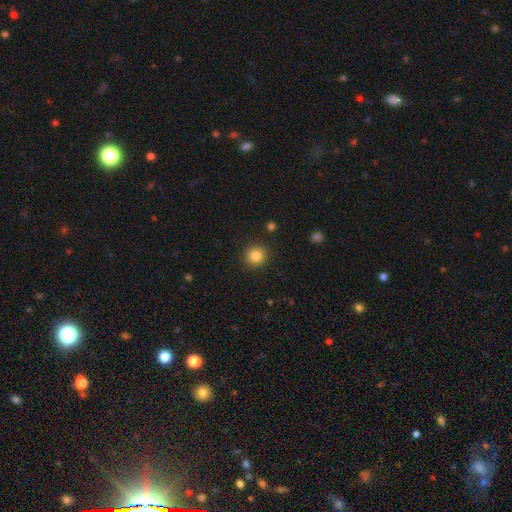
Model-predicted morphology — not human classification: Smooth or featured: smooth — 84% (star or artifact — 11%)
How rounded: round — 93% (in between — 6%)
Merging: none — 91% (minor disturbance — 6%)